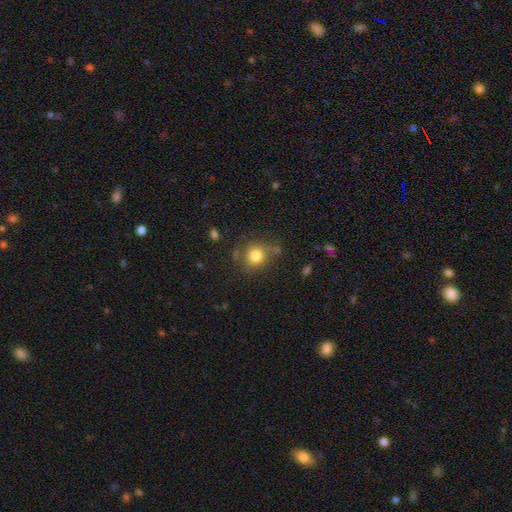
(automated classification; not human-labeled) Smooth or featured? smooth (79%)
How rounded? round (88%)
Merging? none (72%)